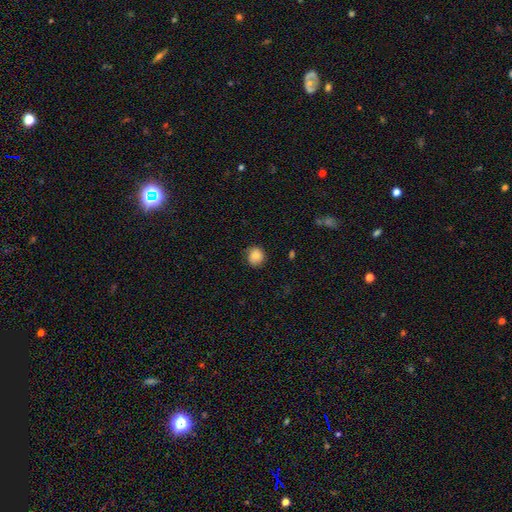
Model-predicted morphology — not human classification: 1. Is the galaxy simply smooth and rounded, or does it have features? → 82% smooth, 9% featured or disk, 9% star or artifact.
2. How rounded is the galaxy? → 82% round, 17% in between, 1% cigar-shaped.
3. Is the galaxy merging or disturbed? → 75% none, 20% minor disturbance, 4% major disturbance, 1% merger.